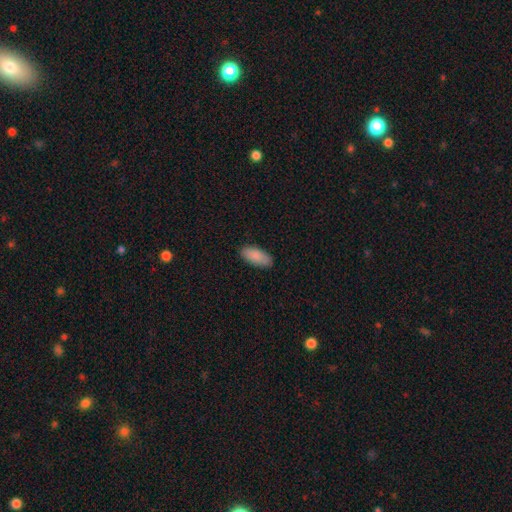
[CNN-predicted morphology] type=smooth (89%); roundness=in between (88%); merging=none (87%).